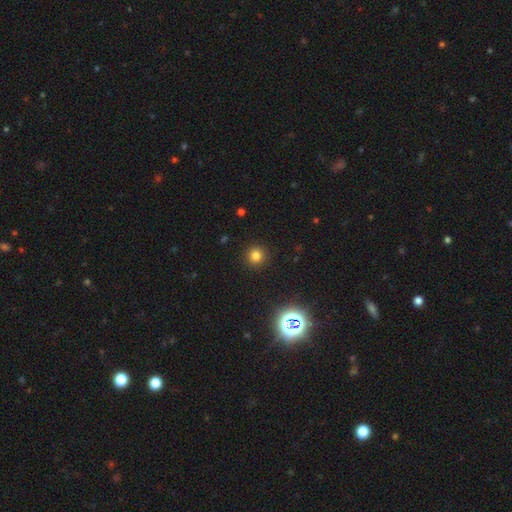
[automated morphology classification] smooth 78%, star or artifact 17%, featured or disk 5%. Down the decision tree: how rounded — round (94%); merging — none (91%).